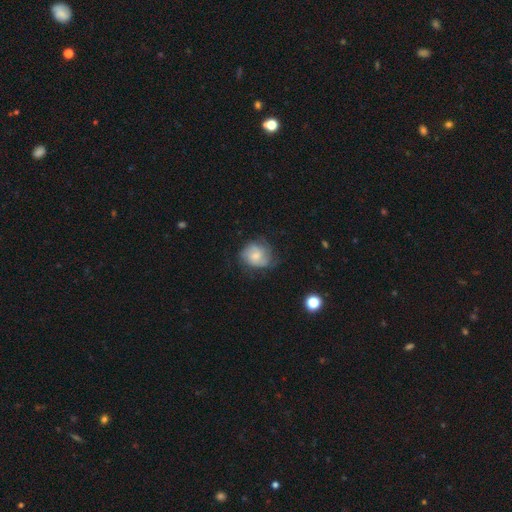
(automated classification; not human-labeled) Smooth or featured?
  - smooth: 50% *
  - featured or disk: 41%
  - star or artifact: 8%
How rounded?
  - round: 71% *
  - in between: 28%
  - cigar-shaped: 1%
Merging?
  - none: 58% *
  - minor disturbance: 28%
  - major disturbance: 13%
  - merger: 1%